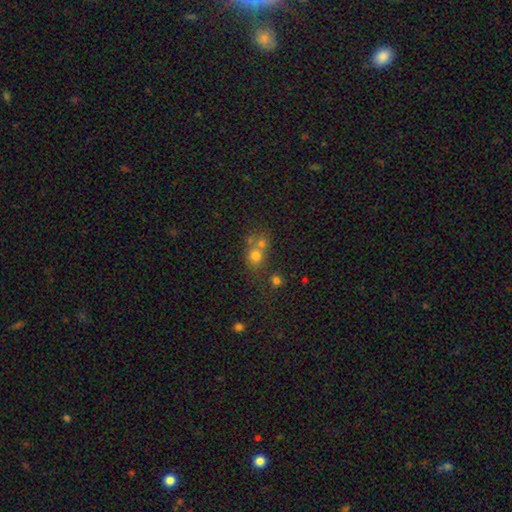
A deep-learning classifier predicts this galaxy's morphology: This appears to be a smooth galaxy with no disk features (70%) that is round (78%). Merging: merger (48%).